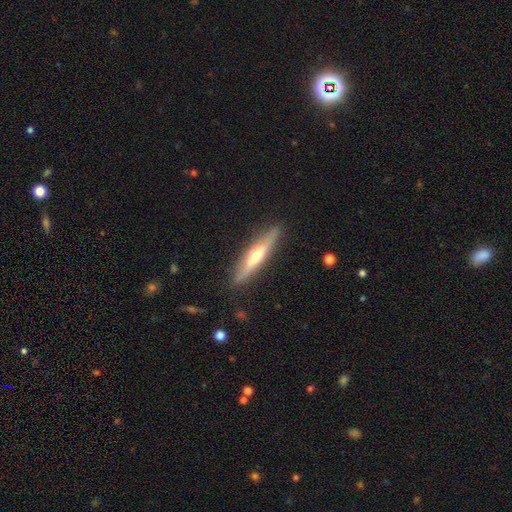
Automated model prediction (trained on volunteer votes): smooth-or-featured: featured or disk: 56% | smooth: 38% | star or artifact: 6%
  disk-edge-on: yes: 92% | no: 8%
    edge-on-bulge: rounded: 86% | none: 9% | boxy: 4%
  merging: none: 88% | minor disturbance: 8% | major disturbance: 2% | merger: 1%